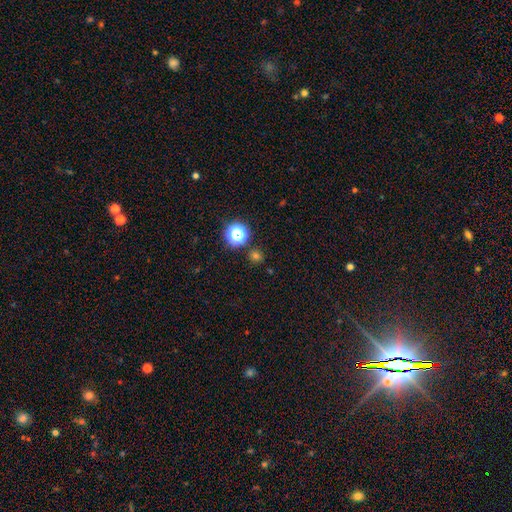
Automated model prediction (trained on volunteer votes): smooth 63%, star or artifact 32%, featured or disk 6%. Down the decision tree: how rounded — round (88%); merging — none (83%).